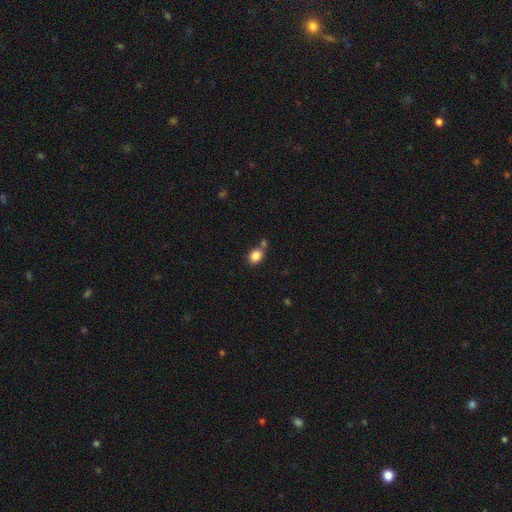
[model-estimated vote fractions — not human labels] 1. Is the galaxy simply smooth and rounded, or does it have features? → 86% smooth, 10% star or artifact, 5% featured or disk.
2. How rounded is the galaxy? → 57% round, 42% in between, 1% cigar-shaped.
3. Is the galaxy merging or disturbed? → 61% none, 22% merger, 13% minor disturbance, 4% major disturbance.